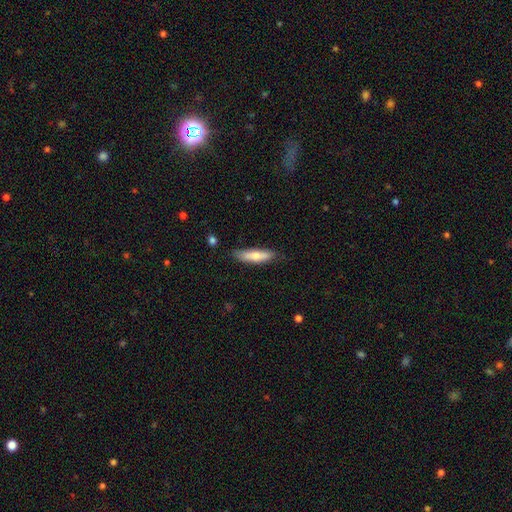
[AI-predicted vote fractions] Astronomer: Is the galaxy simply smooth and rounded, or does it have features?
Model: smooth — 72%.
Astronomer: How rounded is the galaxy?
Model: cigar-shaped — 72%.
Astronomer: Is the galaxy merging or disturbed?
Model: none — 79%.